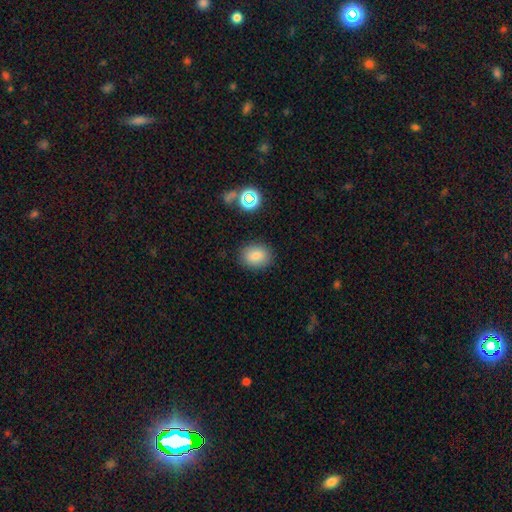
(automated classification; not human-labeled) Morphology: type=smooth (82%); roundness=in between (61%); merging=none (85%).